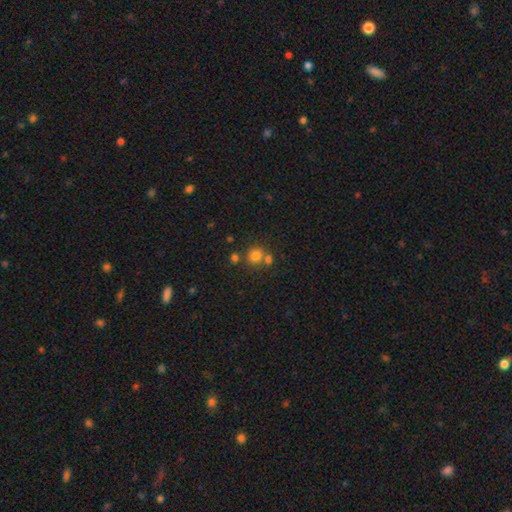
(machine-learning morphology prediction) Smooth or featured?
  - smooth: 77% *
  - star or artifact: 15%
  - featured or disk: 8%
How rounded?
  - round: 84% *
  - in between: 15%
  - cigar-shaped: 1%
Merging?
  - none: 59% *
  - merger: 29%
  - minor disturbance: 8%
  - major disturbance: 4%